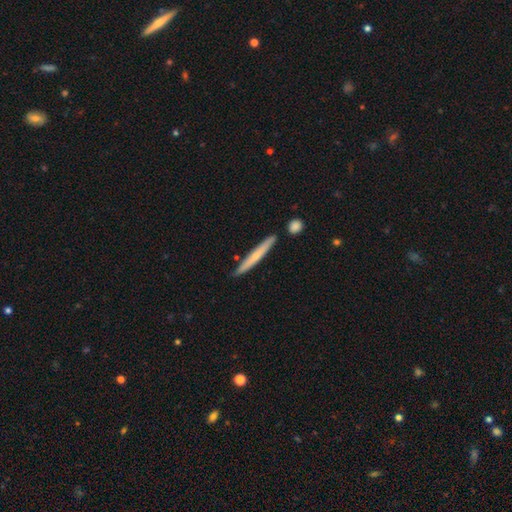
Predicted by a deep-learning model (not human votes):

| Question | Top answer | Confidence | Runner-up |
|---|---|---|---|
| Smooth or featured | smooth | 52% | featured or disk (42%) |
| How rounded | cigar-shaped | 96% | in between (3%) |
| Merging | none | 84% | minor disturbance (10%) |